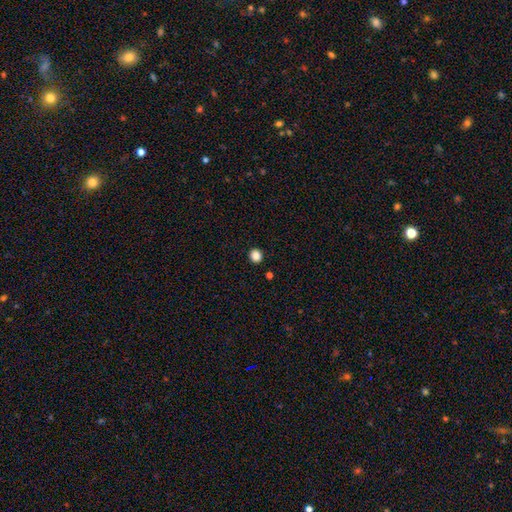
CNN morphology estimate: Overall: smooth (85%). How rounded: round (84%). Merging: none (92%).